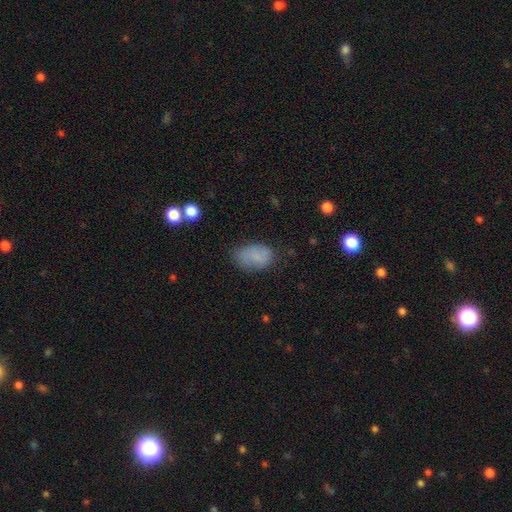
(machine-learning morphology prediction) Smooth or featured? Predicted: smooth (p=0.80). How rounded? Predicted: in between (p=0.90). Merging? Predicted: none (p=0.67).